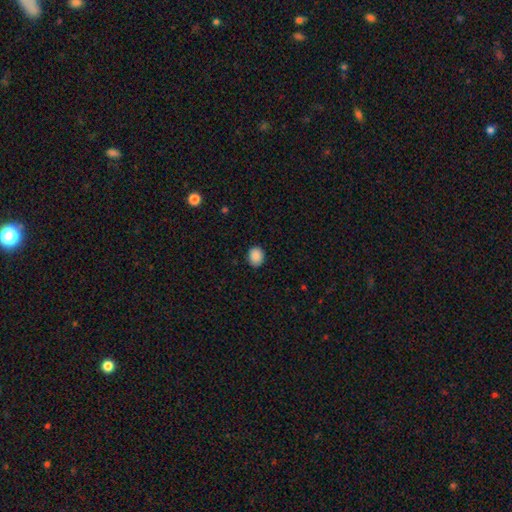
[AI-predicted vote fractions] Q: Smooth or featured?
A: smooth (89%); runner-up: star or artifact (8%)
Q: How rounded?
A: round (51%); runner-up: in between (48%)
Q: Merging?
A: none (87%); runner-up: minor disturbance (10%)